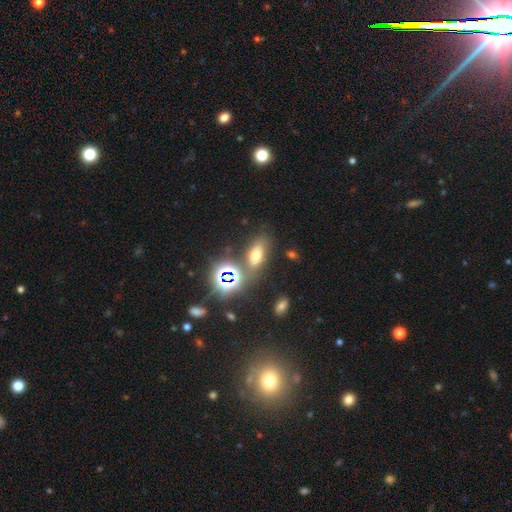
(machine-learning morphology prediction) A smooth galaxy with no disk features (56%) that is in between round and cigar-shaped (75%).

Vote fractions:
- Smooth or featured? smooth: 56% / star or artifact: 29% / featured or disk: 14%
- How rounded? in between: 75% / round: 15% / cigar-shaped: 10%
- Merging? none: 69% / merger: 13% / minor disturbance: 13% / major disturbance: 6%